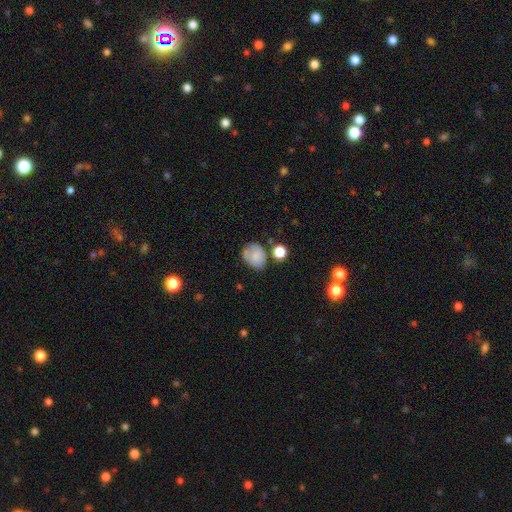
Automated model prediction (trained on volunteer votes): This is likely a smooth galaxy (70%). How rounded: possibly round (55%). Merging: possibly none (51%).